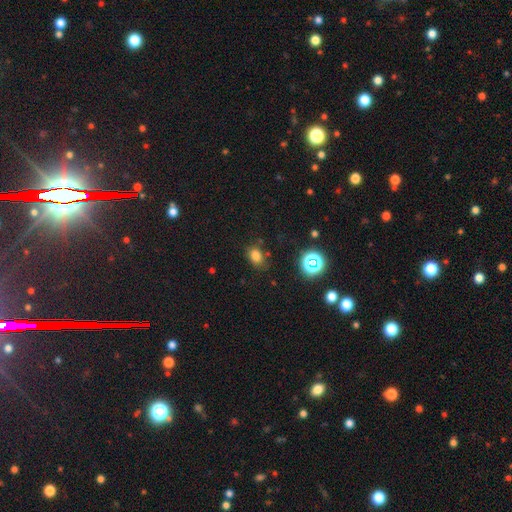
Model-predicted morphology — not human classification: The model was most divided on "how rounded": in between: 66%, round: 33%, cigar-shaped: 1%. More confident: merging — none (76%); smooth or featured — smooth (75%).